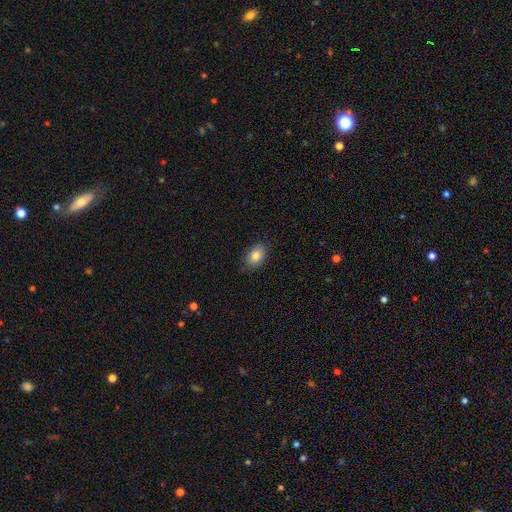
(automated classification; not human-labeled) The model was most divided on "merging": none: 85%, minor disturbance: 12%, major disturbance: 2%, merger: 1%. More confident: how rounded — in between (87%); smooth or featured — smooth (83%).